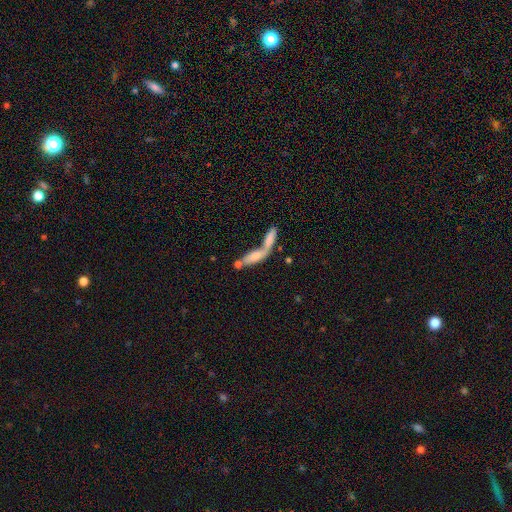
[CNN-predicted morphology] smooth-or-featured: smooth: 65% | featured or disk: 27% | star or artifact: 8%
  how-rounded: cigar-shaped: 51% | in between: 46% | round: 3%
  merging: merger: 68% | none: 19% | minor disturbance: 7% | major disturbance: 6%